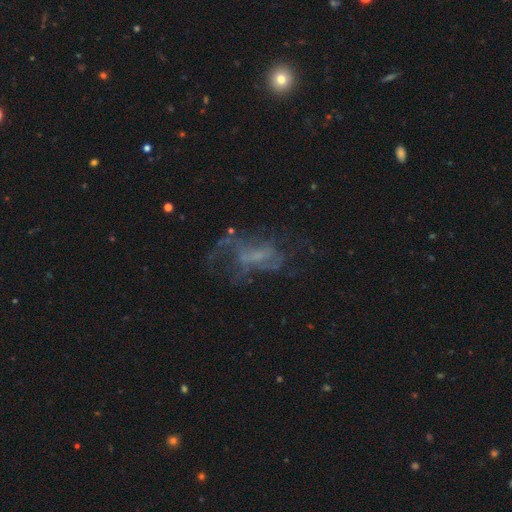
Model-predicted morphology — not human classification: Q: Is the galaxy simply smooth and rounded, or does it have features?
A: featured or disk — 61%.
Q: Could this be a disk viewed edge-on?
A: no — 96%.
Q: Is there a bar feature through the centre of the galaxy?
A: no — 63%.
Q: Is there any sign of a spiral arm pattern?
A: no — 57%.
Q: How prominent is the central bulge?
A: none — 46%.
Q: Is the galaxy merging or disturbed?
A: major disturbance — 41%.